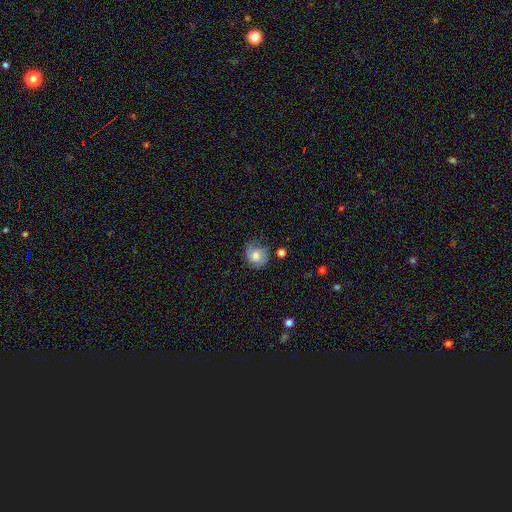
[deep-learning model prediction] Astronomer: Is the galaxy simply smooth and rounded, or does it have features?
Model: smooth — 68%.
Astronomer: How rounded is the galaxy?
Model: round — 76%.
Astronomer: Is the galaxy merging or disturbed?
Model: none — 58%.